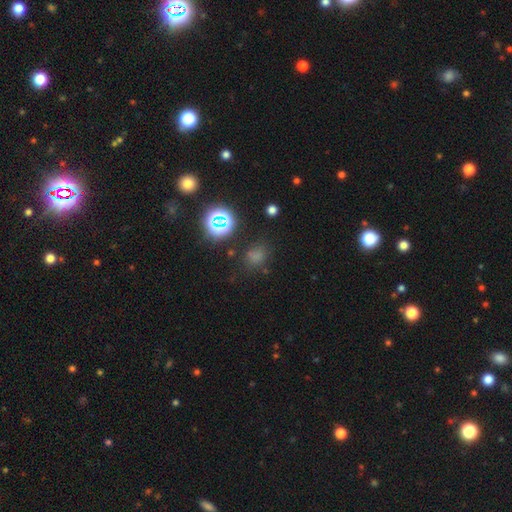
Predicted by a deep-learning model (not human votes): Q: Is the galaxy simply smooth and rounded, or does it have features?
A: smooth — 62%.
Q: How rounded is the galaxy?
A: round — 63%.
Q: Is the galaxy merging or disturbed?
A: none — 72%.